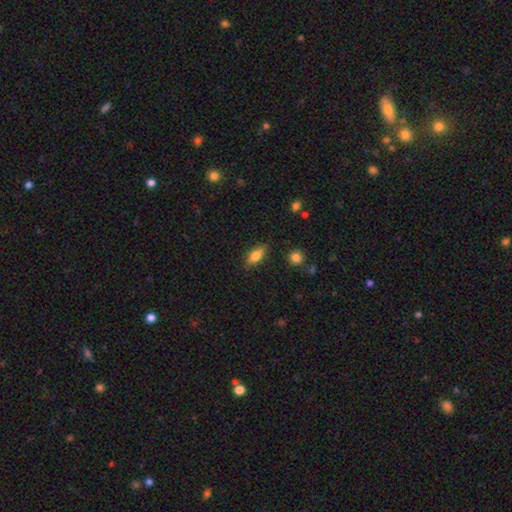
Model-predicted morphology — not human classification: smooth_or_featured: smooth (p=0.79) [alt: featured or disk p=0.13]
how_rounded: in between (p=0.81) [alt: cigar-shaped p=0.15]
merging: none (p=0.81) [alt: minor disturbance p=0.14]